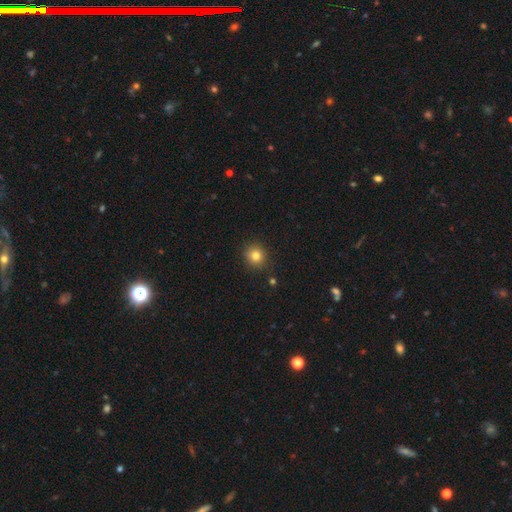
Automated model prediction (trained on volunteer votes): smooth_or_featured: smooth (p=0.81) [alt: star or artifact p=0.12]
how_rounded: round (p=0.89) [alt: in between p=0.10]
merging: none (p=0.89) [alt: minor disturbance p=0.07]